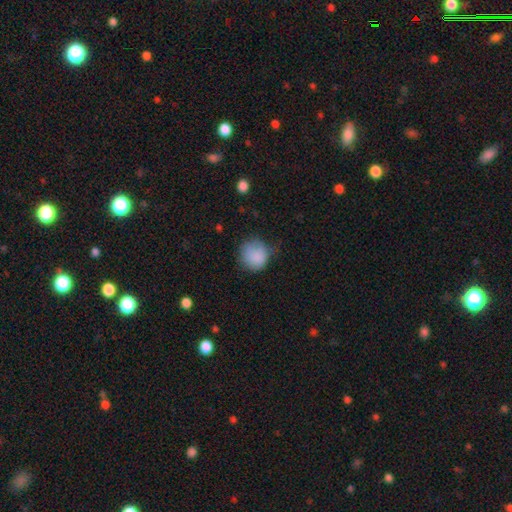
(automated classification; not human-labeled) A smooth galaxy with no disk features (84%) that is round (85%). Merging: none (53%).